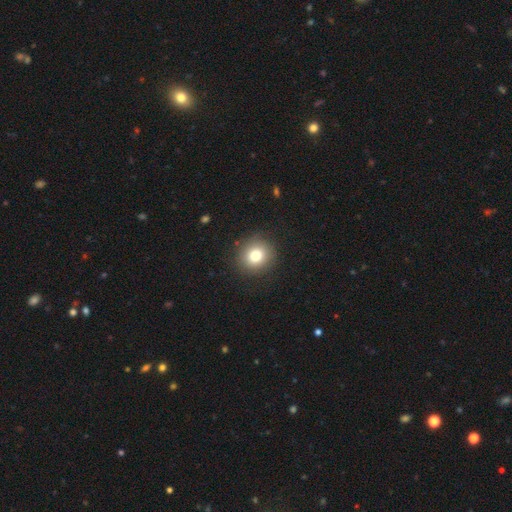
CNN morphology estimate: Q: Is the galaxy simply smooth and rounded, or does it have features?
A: smooth — 78%.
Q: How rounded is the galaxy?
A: round — 88%.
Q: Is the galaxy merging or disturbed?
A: none — 88%.